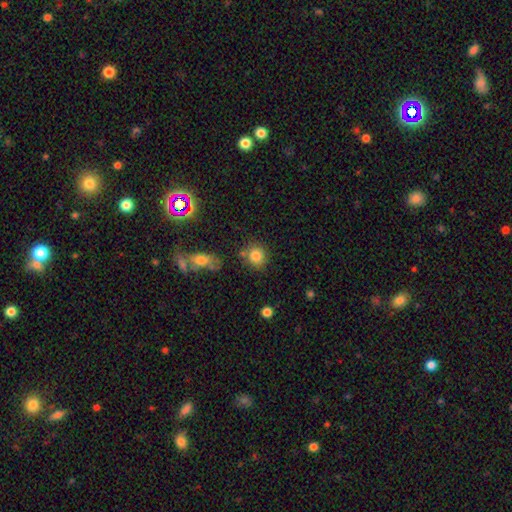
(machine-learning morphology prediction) Q: Smooth or featured?
A: smooth (83%); runner-up: star or artifact (10%)
Q: How rounded?
A: round (82%); runner-up: in between (17%)
Q: Merging?
A: none (72%); runner-up: minor disturbance (13%)